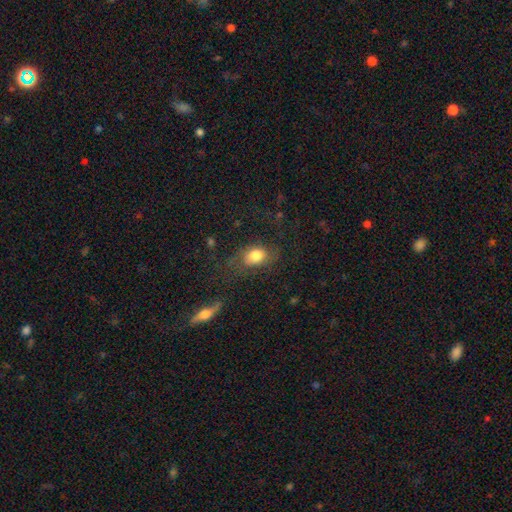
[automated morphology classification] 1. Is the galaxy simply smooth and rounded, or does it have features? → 68% smooth, 22% featured or disk, 10% star or artifact.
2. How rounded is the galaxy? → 69% in between, 28% round, 3% cigar-shaped.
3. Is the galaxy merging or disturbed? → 60% none, 20% minor disturbance, 17% major disturbance, 3% merger.